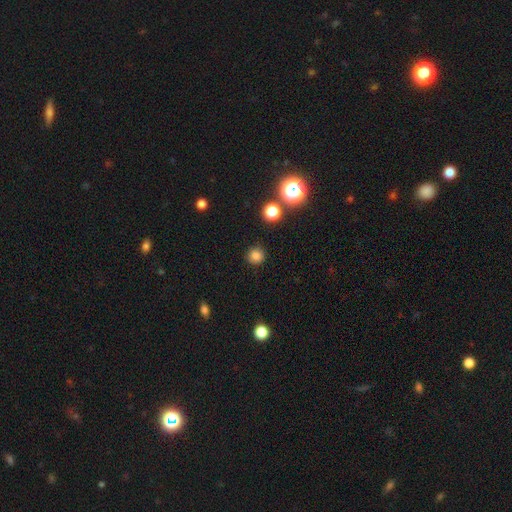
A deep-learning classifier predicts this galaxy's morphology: This is likely a smooth galaxy (79%). How rounded: clearly round (90%). Merging: clearly none (87%).